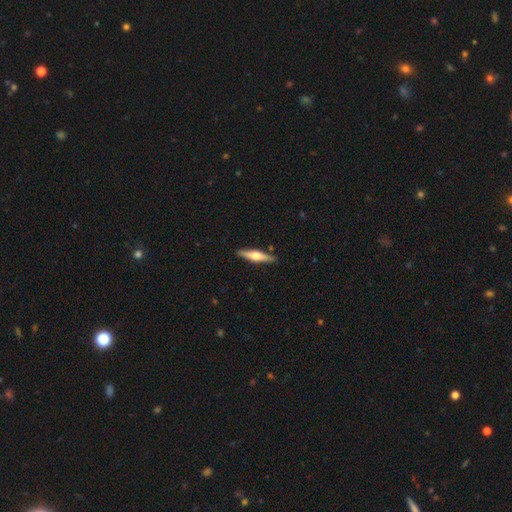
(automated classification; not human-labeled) Smooth or featured?
  - featured or disk: 61% *
  - smooth: 33%
  - star or artifact: 6%
Edge-on disk?
  - yes: 96% *
  - no: 4%
Edge-on bulge?
  - rounded: 93% *
  - boxy: 4%
  - none: 3%
Merging?
  - none: 89% *
  - minor disturbance: 8%
  - major disturbance: 2%
  - merger: 1%